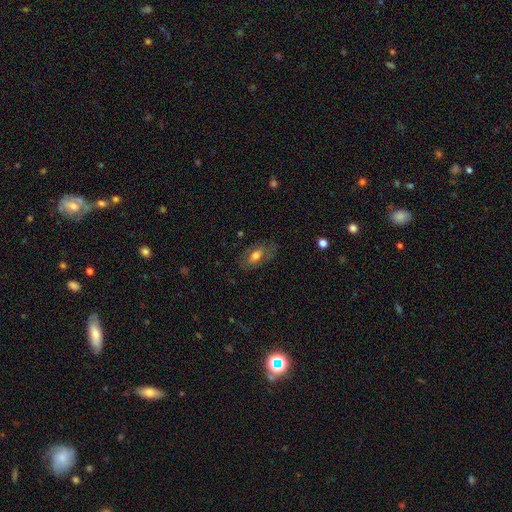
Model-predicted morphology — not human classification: Smooth or featured: smooth — 55% (featured or disk — 37%)
How rounded: in between — 87% (round — 7%)
Merging: none — 73% (minor disturbance — 18%)